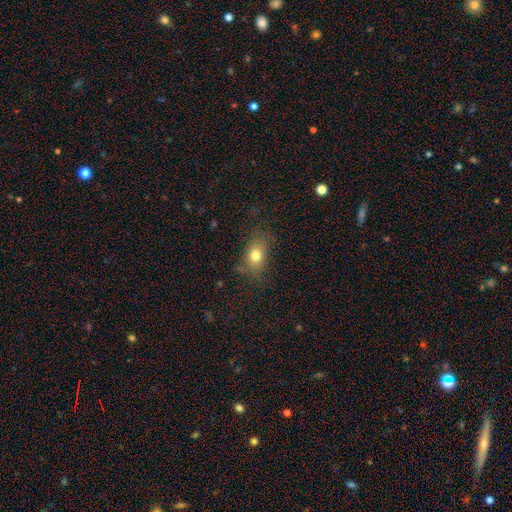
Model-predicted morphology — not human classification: smooth 76%, featured or disk 12%, star or artifact 12%. Down the decision tree: how rounded — in between (71%); merging — none (73%).